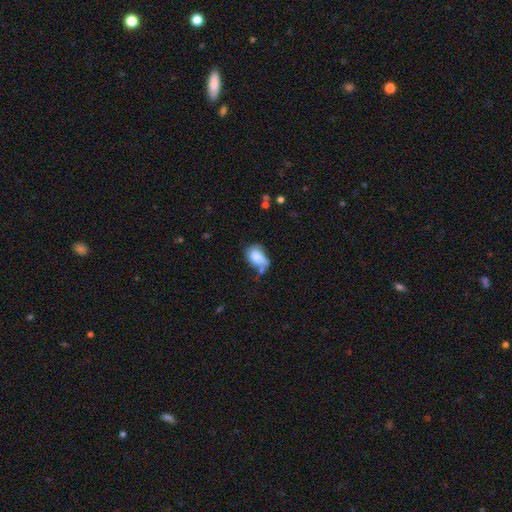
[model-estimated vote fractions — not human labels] Overall: smooth (75%). How rounded: in between (82%). Merging: none (36%; minor disturbance 33%).